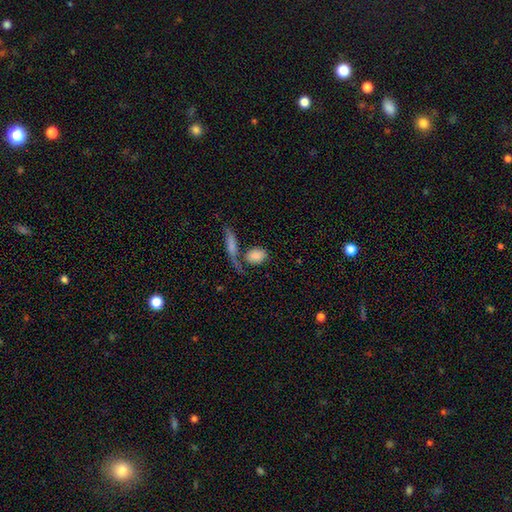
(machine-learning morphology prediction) This is clearly a smooth galaxy (82%). How rounded: likely in between (76%). Merging: possibly none (48%).